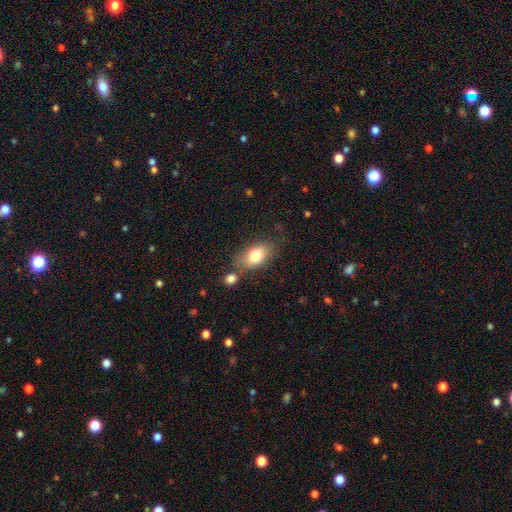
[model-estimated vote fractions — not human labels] Smooth or featured? smooth (77%)
How rounded? in between (88%)
Merging? none (64%)